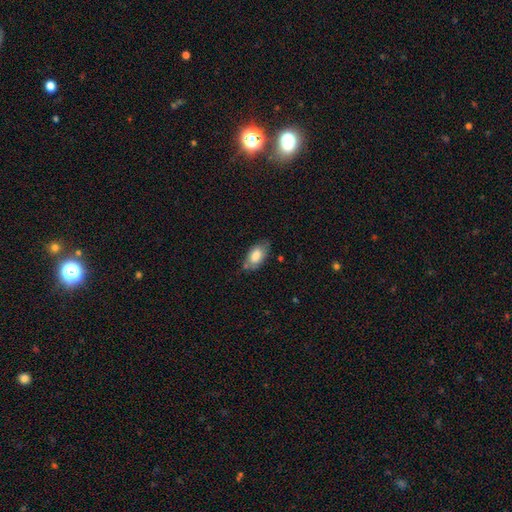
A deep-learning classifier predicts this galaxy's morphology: The model was most divided on "merging": none: 66%, minor disturbance: 25%, major disturbance: 6%, merger: 4%. More confident: how rounded — in between (93%); smooth or featured — smooth (78%).